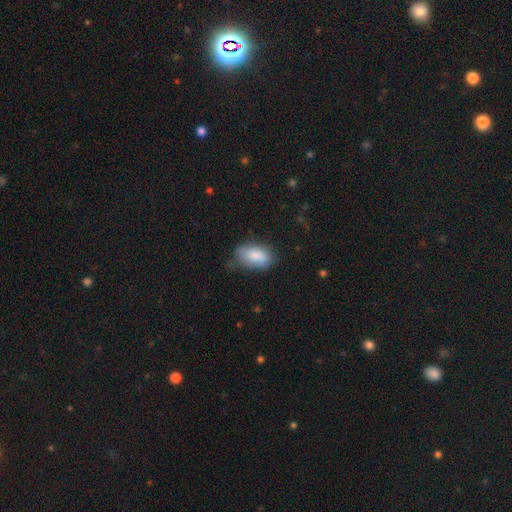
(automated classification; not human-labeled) The model was most divided on "merging": none: 61%, minor disturbance: 29%, major disturbance: 8%, merger: 2%. More confident: how rounded — in between (92%); smooth or featured — smooth (85%).